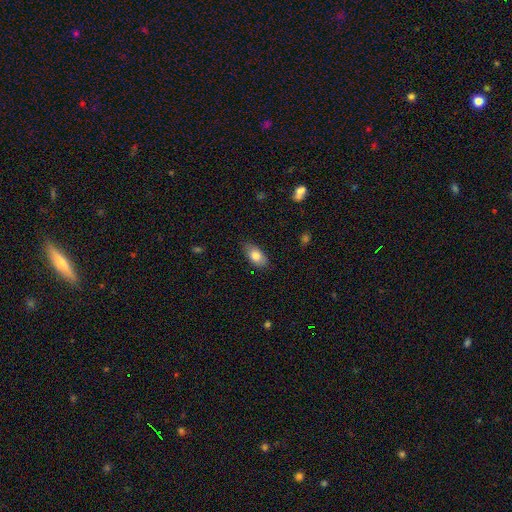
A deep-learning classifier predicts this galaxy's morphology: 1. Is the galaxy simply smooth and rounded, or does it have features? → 80% smooth, 12% featured or disk, 7% star or artifact.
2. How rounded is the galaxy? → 91% in between, 6% round, 4% cigar-shaped.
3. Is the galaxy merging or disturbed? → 79% none, 17% minor disturbance, 3% major disturbance, 1% merger.